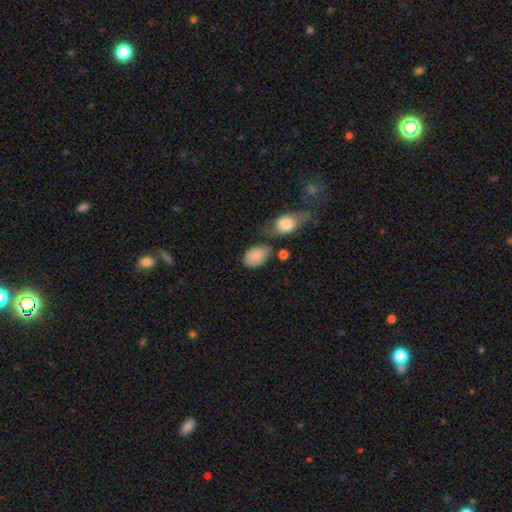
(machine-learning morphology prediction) The model was most divided on "merging": none: 44%, minor disturbance: 27%, merger: 17%, major disturbance: 12%. More confident: how rounded — in between (86%); smooth or featured — smooth (83%).